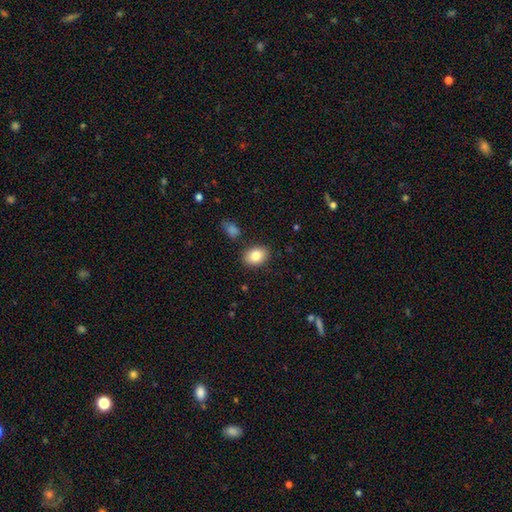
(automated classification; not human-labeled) smooth_or_featured: smooth (p=0.84) [alt: featured or disk p=0.08]
how_rounded: in between (p=0.77) [alt: round p=0.22]
merging: none (p=0.85) [alt: minor disturbance p=0.10]